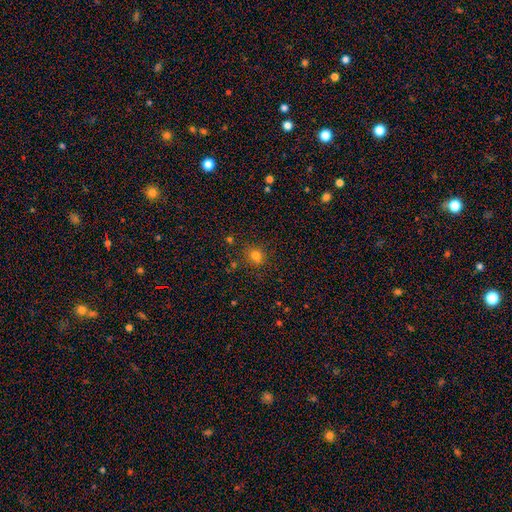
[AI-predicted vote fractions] smooth 75%, star or artifact 18%, featured or disk 7%. Down the decision tree: how rounded — round (73%); merging — none (79%).